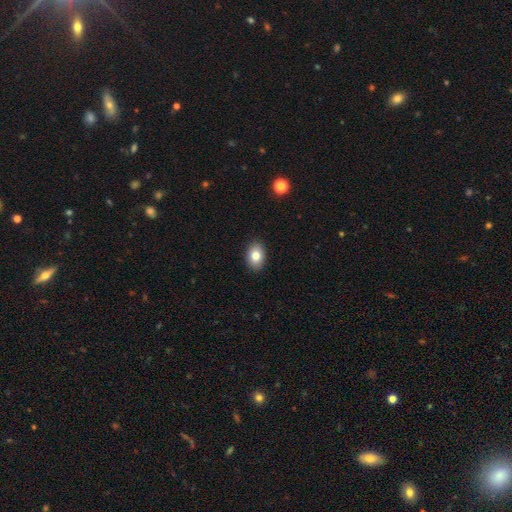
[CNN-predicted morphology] Q: Smooth or featured?
A: smooth (80%); runner-up: featured or disk (11%)
Q: How rounded?
A: in between (78%); runner-up: round (21%)
Q: Merging?
A: none (90%); runner-up: minor disturbance (8%)